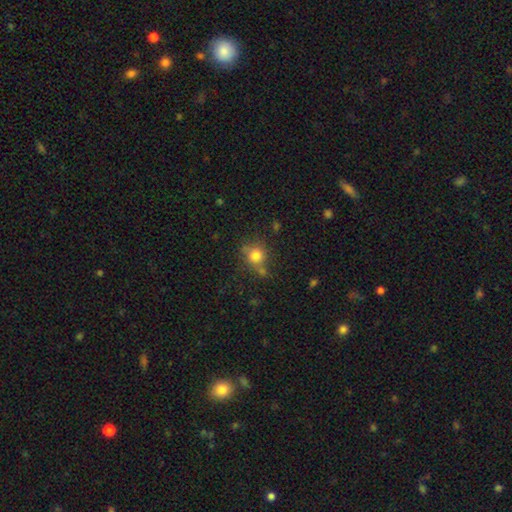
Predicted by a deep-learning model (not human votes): smooth 78%, star or artifact 13%, featured or disk 9%. Down the decision tree: how rounded — round (82%); merging — none (64%).